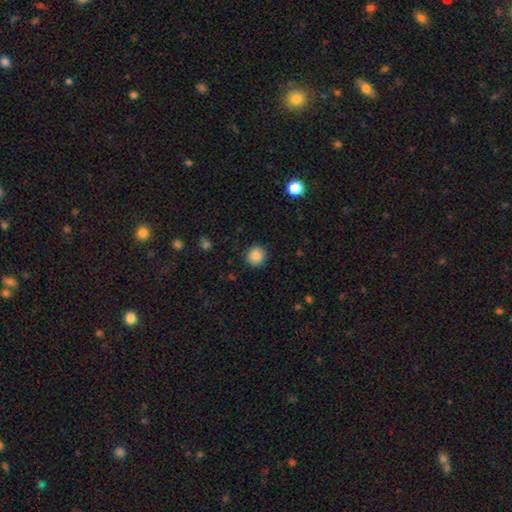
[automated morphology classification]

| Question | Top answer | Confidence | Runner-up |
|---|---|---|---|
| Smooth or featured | smooth | 87% | star or artifact (9%) |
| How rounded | round | 91% | in between (8%) |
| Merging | none | 90% | minor disturbance (7%) |